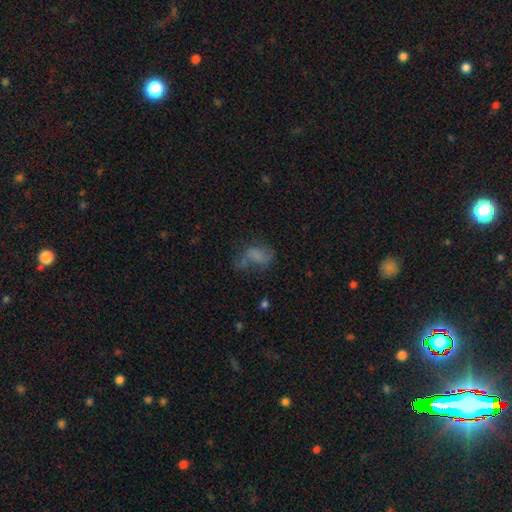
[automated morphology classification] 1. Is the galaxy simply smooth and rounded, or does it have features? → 50% smooth, 36% featured or disk, 15% star or artifact.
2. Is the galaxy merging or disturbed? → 36% none, 31% major disturbance, 25% minor disturbance, 7% merger.